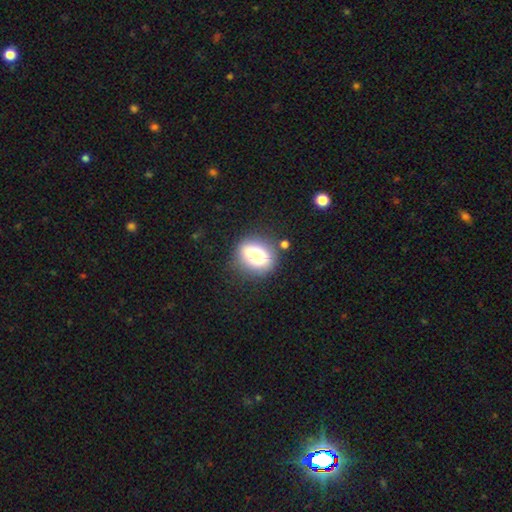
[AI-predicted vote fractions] Overall: smooth (75%). How rounded: in between (57%; round 41%). Merging: none (76%).